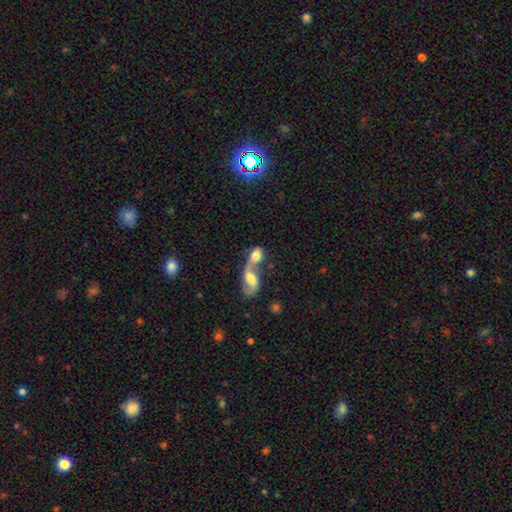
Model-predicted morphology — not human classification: type=smooth (62%); roundness=in between (81%); merging=merger (80%).